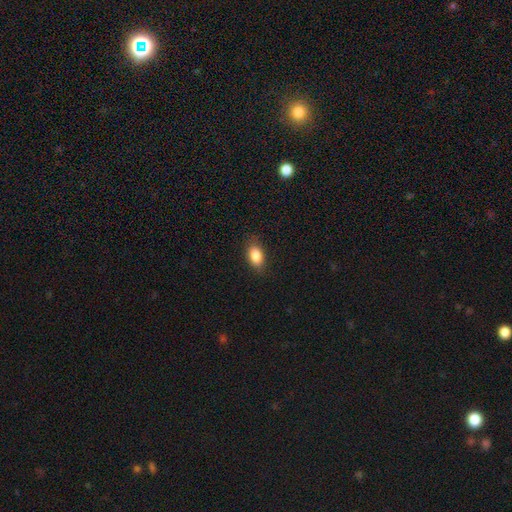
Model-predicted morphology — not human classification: Smooth or featured?
  - smooth: 86% *
  - star or artifact: 8%
  - featured or disk: 5%
How rounded?
  - in between: 88% *
  - round: 9%
  - cigar-shaped: 3%
Merging?
  - none: 85% *
  - minor disturbance: 11%
  - major disturbance: 3%
  - merger: 1%